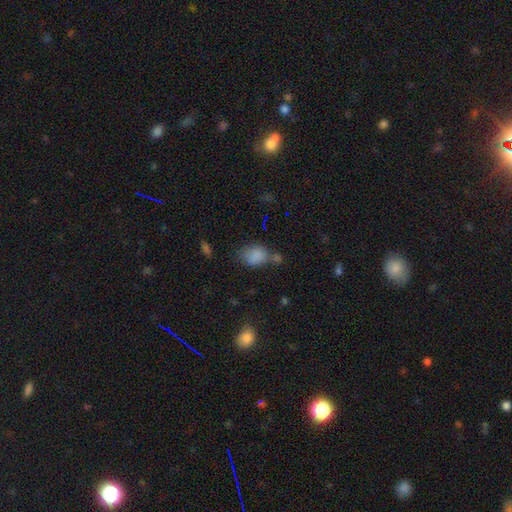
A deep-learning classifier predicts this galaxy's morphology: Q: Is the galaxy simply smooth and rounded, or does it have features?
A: smooth — 81%.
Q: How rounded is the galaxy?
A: in between — 68%.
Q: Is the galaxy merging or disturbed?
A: none — 43%.